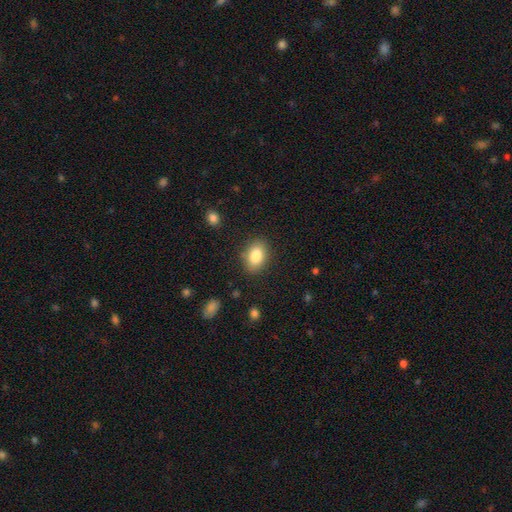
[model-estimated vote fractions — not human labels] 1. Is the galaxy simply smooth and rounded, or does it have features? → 83% smooth, 9% featured or disk, 8% star or artifact.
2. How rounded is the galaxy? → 80% in between, 19% round, 1% cigar-shaped.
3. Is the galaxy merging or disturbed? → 85% none, 11% minor disturbance, 3% major disturbance, 1% merger.